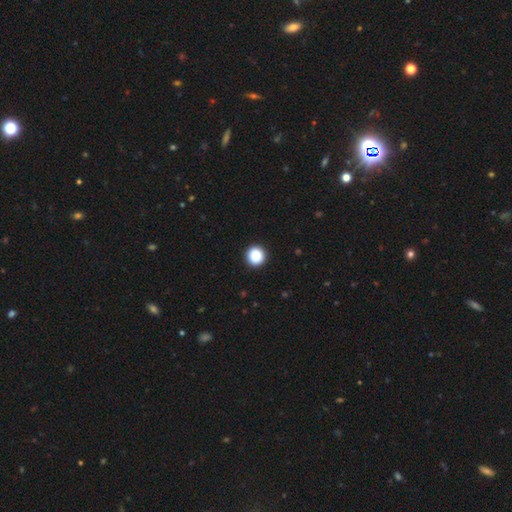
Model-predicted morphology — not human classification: Q: Smooth or featured?
A: smooth (88%); runner-up: star or artifact (9%)
Q: How rounded?
A: round (96%); runner-up: in between (3%)
Q: Merging?
A: none (93%); runner-up: minor disturbance (4%)